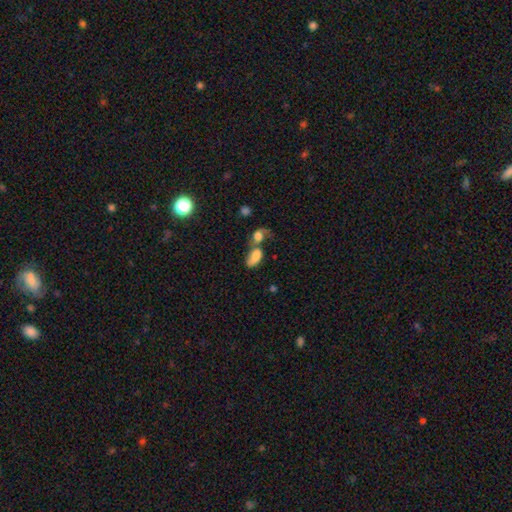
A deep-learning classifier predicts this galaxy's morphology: Overall: smooth (67%). How rounded: in between (85%). Merging: merger (71%).